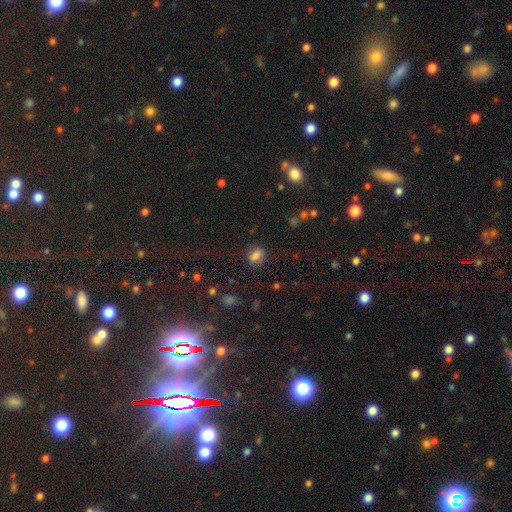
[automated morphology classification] Smooth or featured: smooth — 76% (star or artifact — 16%)
How rounded: in between — 58% (round — 39%)
Merging: none — 77% (minor disturbance — 14%)